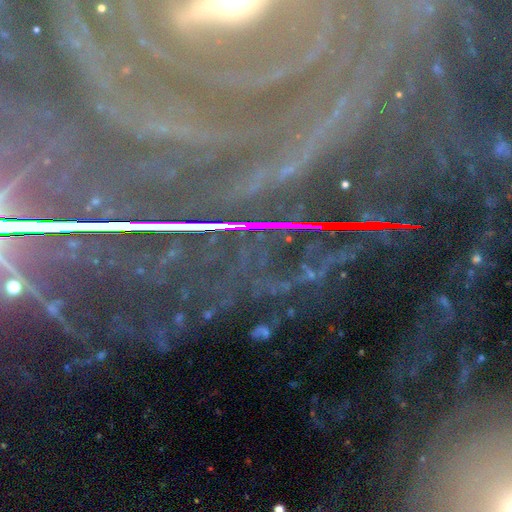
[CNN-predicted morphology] Smooth or featured? star or artifact (51%)